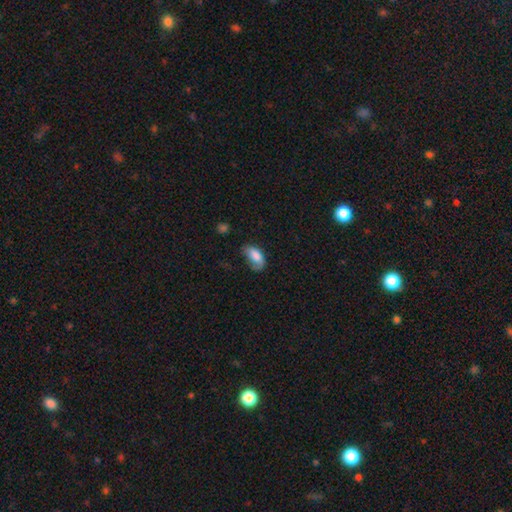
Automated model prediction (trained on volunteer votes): The model was most divided on "merging": none: 41%, minor disturbance: 36%, major disturbance: 21%, merger: 2%. More confident: how rounded — in between (92%); smooth or featured — smooth (79%).